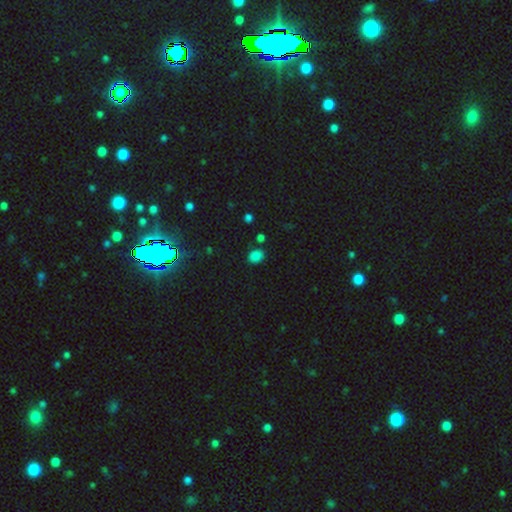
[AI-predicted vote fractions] This appears to be a smooth galaxy with no disk features (81%) that is in between round and cigar-shaped (66%). Merging: none (79%).